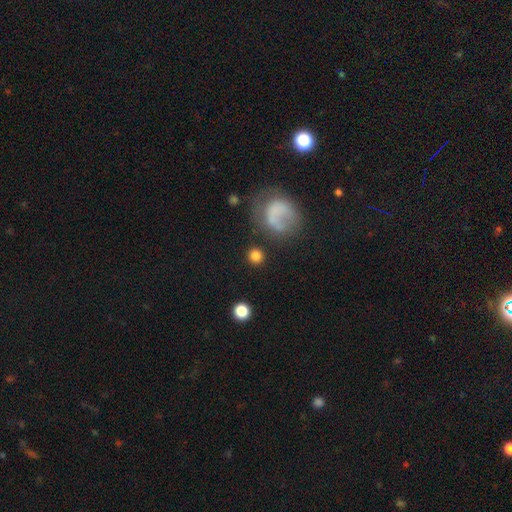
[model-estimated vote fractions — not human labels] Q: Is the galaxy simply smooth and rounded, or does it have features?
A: smooth — 83%.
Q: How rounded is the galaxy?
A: round — 92%.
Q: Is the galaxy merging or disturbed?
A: none — 86%.